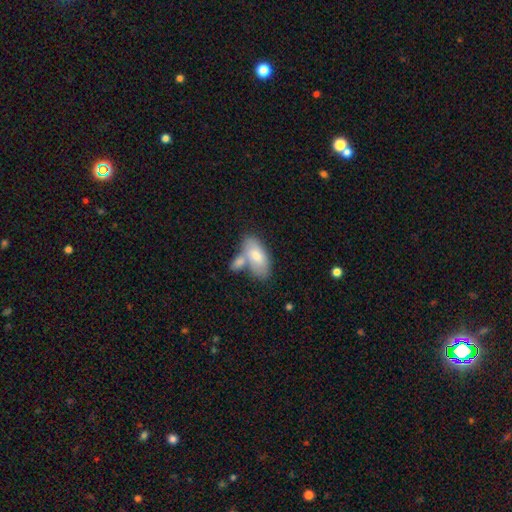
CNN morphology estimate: smooth 73%, featured or disk 21%, star or artifact 5%. Down the decision tree: how rounded — in between (91%); merging — merger (43%).